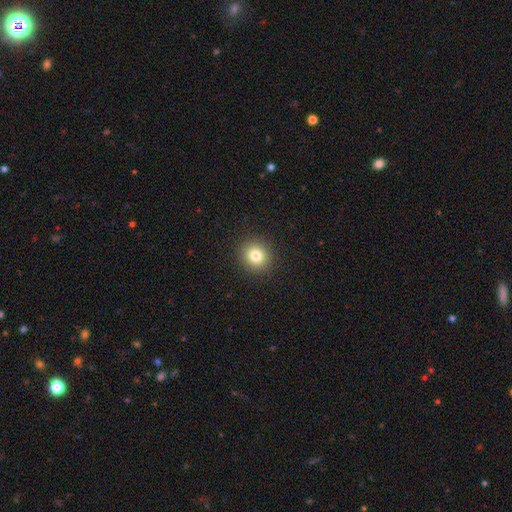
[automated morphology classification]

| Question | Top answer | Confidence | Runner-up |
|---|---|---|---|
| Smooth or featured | smooth | 81% | star or artifact (12%) |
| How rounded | round | 87% | in between (12%) |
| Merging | none | 92% | minor disturbance (5%) |